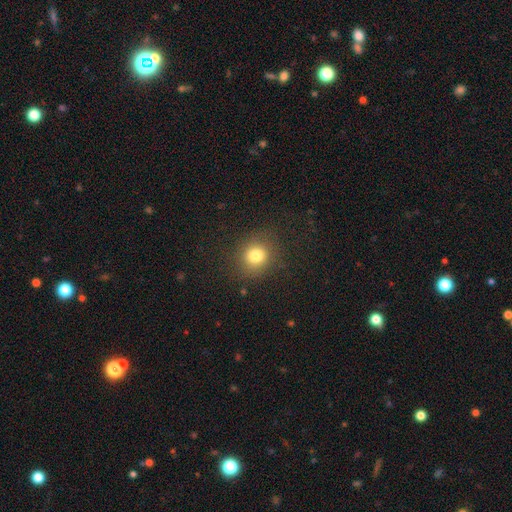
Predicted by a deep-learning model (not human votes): This is likely a smooth galaxy (78%). How rounded: likely round (79%). Merging: clearly none (84%).